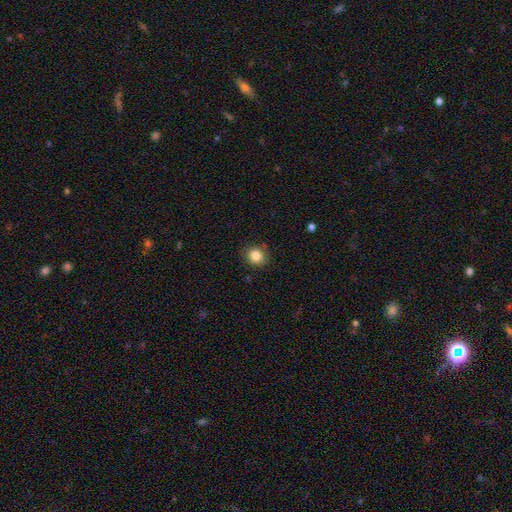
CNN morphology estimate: Smooth or featured: smooth — 84% (star or artifact — 11%)
How rounded: round — 86% (in between — 13%)
Merging: none — 86% (minor disturbance — 10%)